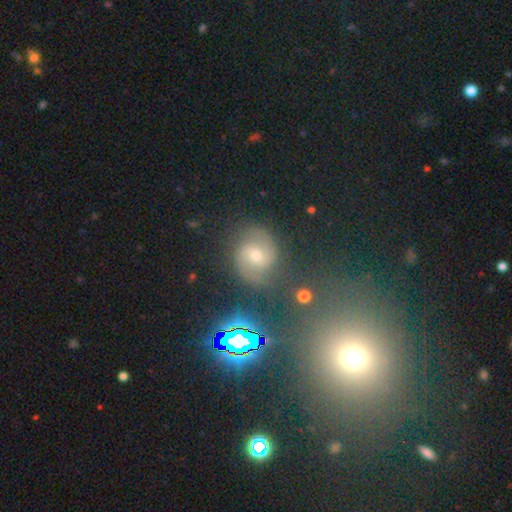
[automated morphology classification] featured or disk 66%, smooth 17%, star or artifact 17%. Down the decision tree: edge-on disk — no (97%); bar — weak (45%); spiral arms — yes (93%); spiral arm count — 2 (89%); spiral winding — medium (52%); bulge size — moderate (57%); merging — none (80%).